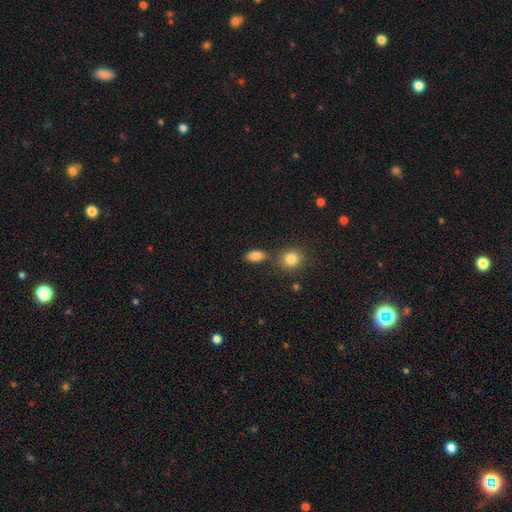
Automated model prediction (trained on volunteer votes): A smooth galaxy with no disk features (84%) that is in between round and cigar-shaped (86%). Merging: none (74%).